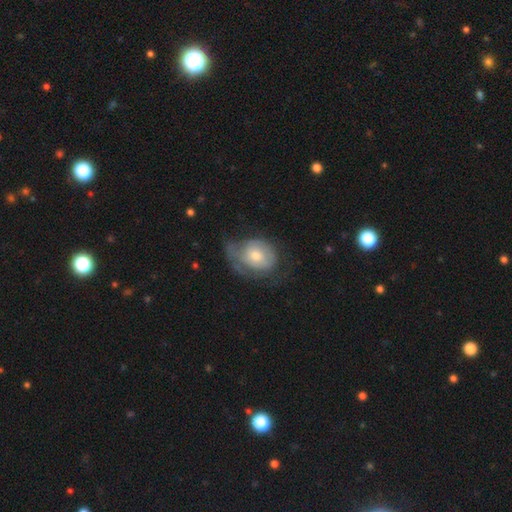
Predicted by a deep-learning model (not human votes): Overall: featured or disk (52%; smooth 41%). Edge-on disk: no (96%). Merging: none (39%; minor disturbance 30%).